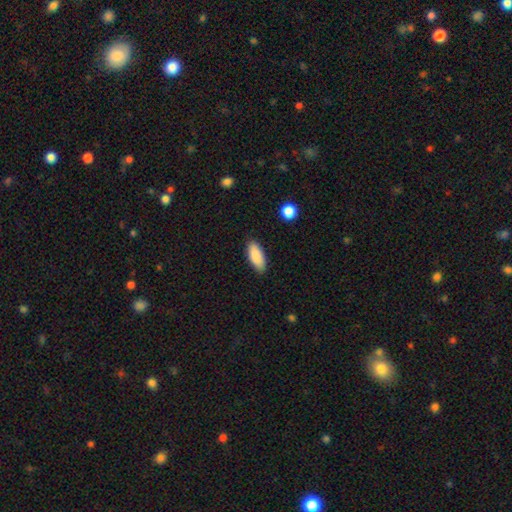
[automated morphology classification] Overall: smooth (88%). How rounded: in between (80%). Merging: none (86%).